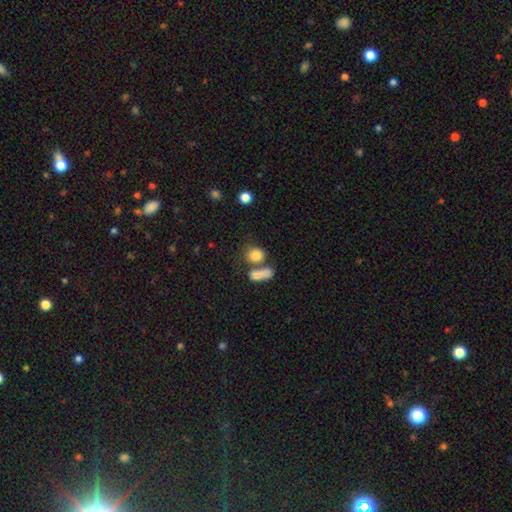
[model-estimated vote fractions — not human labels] smooth 82%, star or artifact 10%, featured or disk 8%. Down the decision tree: how rounded — round (62%); merging — none (46%).